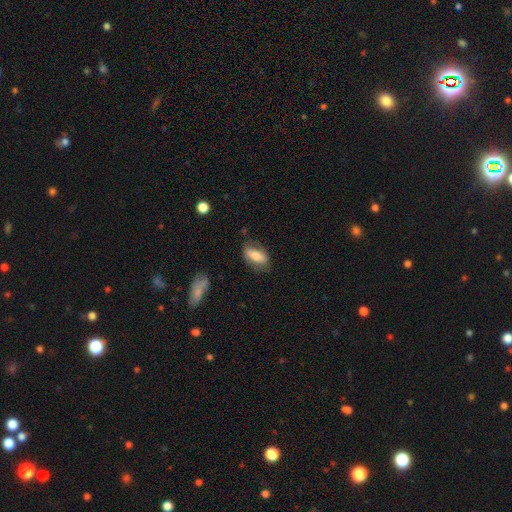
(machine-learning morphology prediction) Smooth or featured: smooth — 65% (featured or disk — 29%)
How rounded: in between — 84% (cigar-shaped — 11%)
Merging: none — 70% (minor disturbance — 21%)